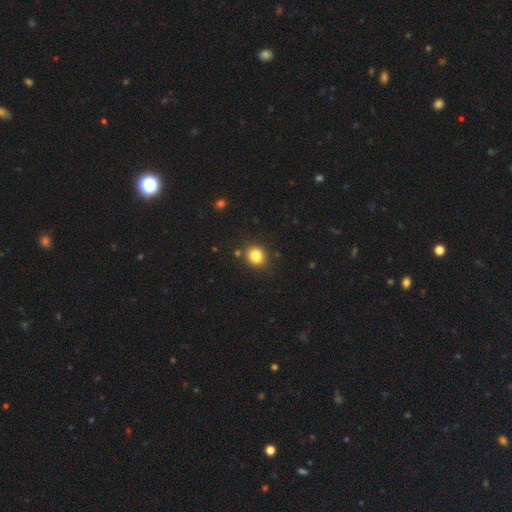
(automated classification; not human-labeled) Smooth or featured?
  - smooth: 85% *
  - star or artifact: 10%
  - featured or disk: 5%
How rounded?
  - round: 73% *
  - in between: 26%
  - cigar-shaped: 1%
Merging?
  - none: 83% *
  - minor disturbance: 10%
  - merger: 4%
  - major disturbance: 3%